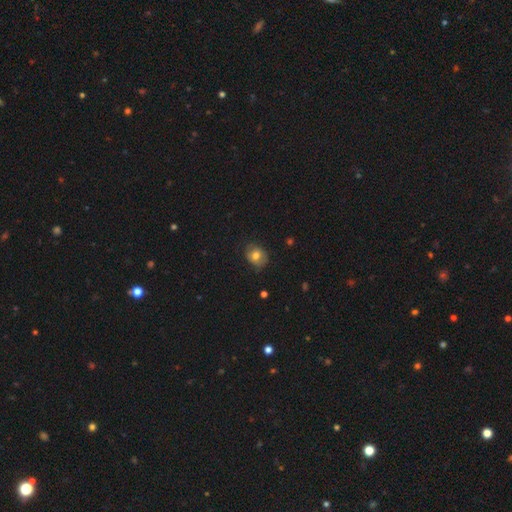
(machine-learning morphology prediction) Overall: smooth (71%). How rounded: round (59%; in between 40%). Merging: none (72%).